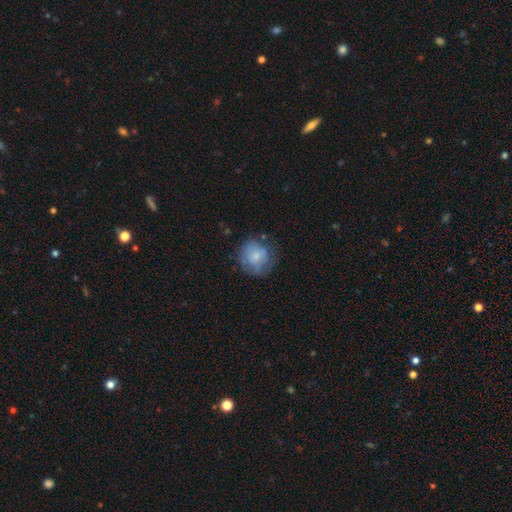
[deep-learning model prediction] A smooth galaxy with no disk features (70%) that is round (84%). Merging: none (62%).